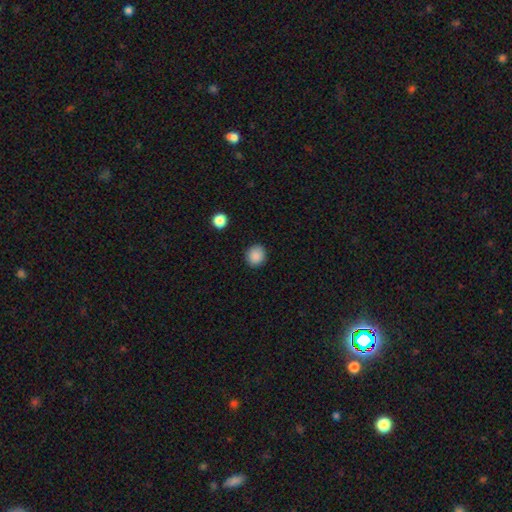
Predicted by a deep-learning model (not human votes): Smooth or featured?
  - smooth: 88% *
  - star or artifact: 9%
  - featured or disk: 3%
How rounded?
  - round: 85% *
  - in between: 14%
  - cigar-shaped: 1%
Merging?
  - none: 90% *
  - minor disturbance: 7%
  - major disturbance: 2%
  - merger: 1%